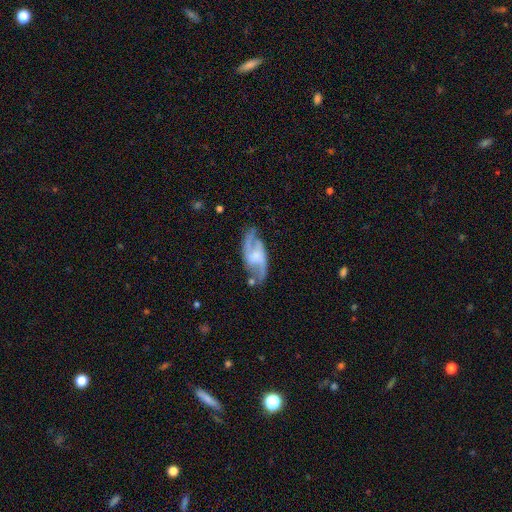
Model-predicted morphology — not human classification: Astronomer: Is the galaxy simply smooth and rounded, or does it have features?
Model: featured or disk — 84%.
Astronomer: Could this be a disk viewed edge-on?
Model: no — 94%.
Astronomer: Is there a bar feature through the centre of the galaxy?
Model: weak — 45% (runner-up: no, 40%).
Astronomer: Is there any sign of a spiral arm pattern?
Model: yes — 95%.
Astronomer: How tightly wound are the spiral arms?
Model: medium — 44% (runner-up: loose, 43%).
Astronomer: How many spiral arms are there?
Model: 2 — 87%.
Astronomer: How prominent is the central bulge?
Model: small — 36% (runner-up: moderate, 33%).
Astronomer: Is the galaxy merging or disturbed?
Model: none — 69%.